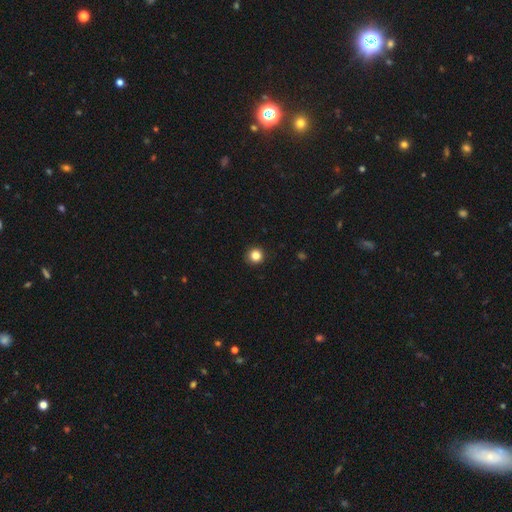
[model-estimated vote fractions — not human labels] smooth-or-featured: smooth: 84% | star or artifact: 12% | featured or disk: 4%
  how-rounded: round: 95% | in between: 4% | cigar-shaped: 1%
  merging: none: 92% | minor disturbance: 5% | major disturbance: 2% | merger: 1%